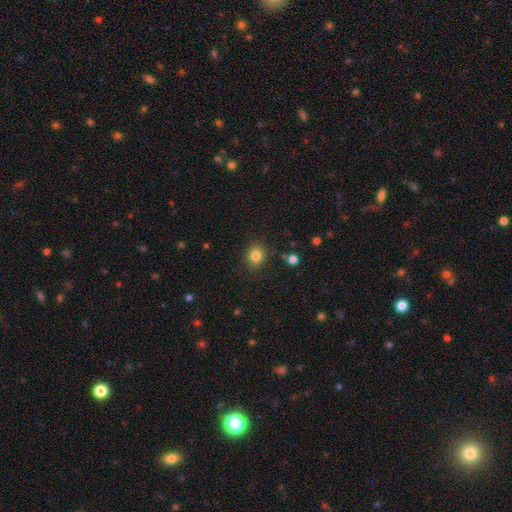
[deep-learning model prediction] Smooth or featured: smooth — 83% (star or artifact — 11%)
How rounded: round — 68% (in between — 31%)
Merging: none — 86% (minor disturbance — 9%)